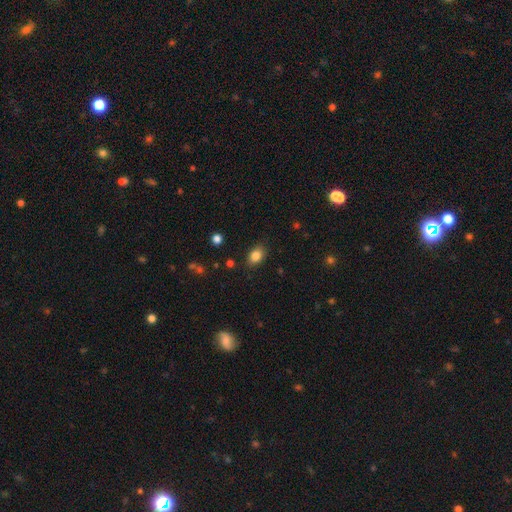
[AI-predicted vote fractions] This appears to be a smooth galaxy with no disk features (85%) that is in between round and cigar-shaped (75%). Merging: none (84%).